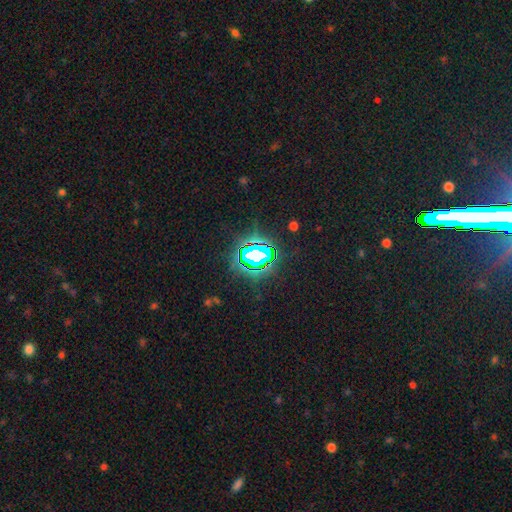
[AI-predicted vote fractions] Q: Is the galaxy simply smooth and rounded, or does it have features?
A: star or artifact — 77%.